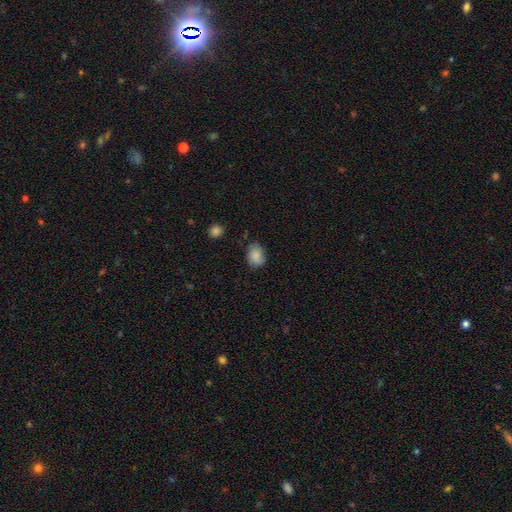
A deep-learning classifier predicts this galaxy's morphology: A smooth galaxy with no disk features (86%) that is in between round and cigar-shaped (69%).

Vote fractions:
- Smooth or featured? smooth: 86% / star or artifact: 8% / featured or disk: 6%
- How rounded? in between: 69% / round: 30% / cigar-shaped: 1%
- Merging? none: 71% / minor disturbance: 23% / major disturbance: 4% / merger: 2%